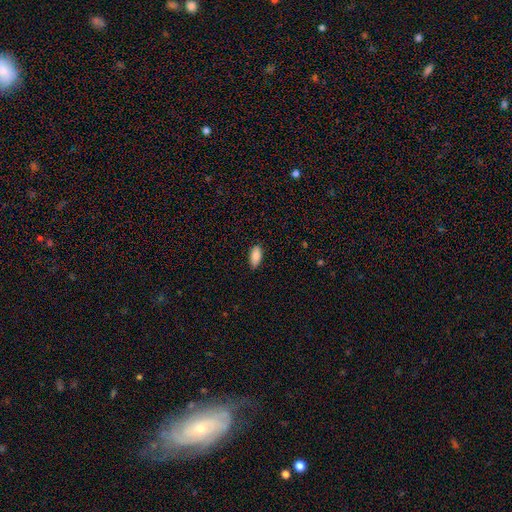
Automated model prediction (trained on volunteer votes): A smooth galaxy with no disk features (88%) that is in between round and cigar-shaped (90%).

Vote fractions:
- Smooth or featured? smooth: 88% / star or artifact: 7% / featured or disk: 5%
- How rounded? in between: 90% / cigar-shaped: 8% / round: 2%
- Merging? none: 86% / minor disturbance: 11% / major disturbance: 2% / merger: 1%